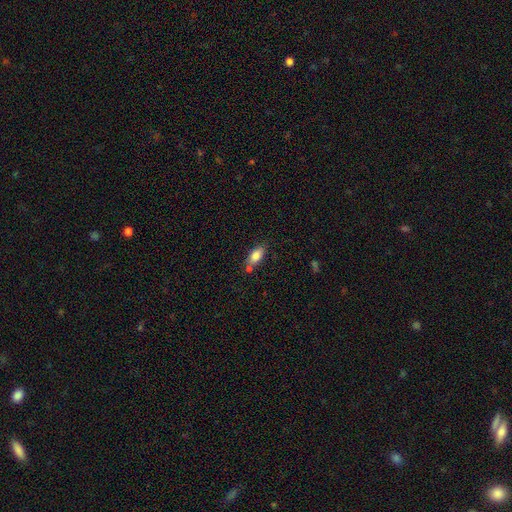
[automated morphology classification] smooth-or-featured: smooth: 83% | featured or disk: 10% | star or artifact: 8%
  how-rounded: in between: 86% | cigar-shaped: 10% | round: 4%
  merging: none: 62% | minor disturbance: 18% | merger: 16% | major disturbance: 5%